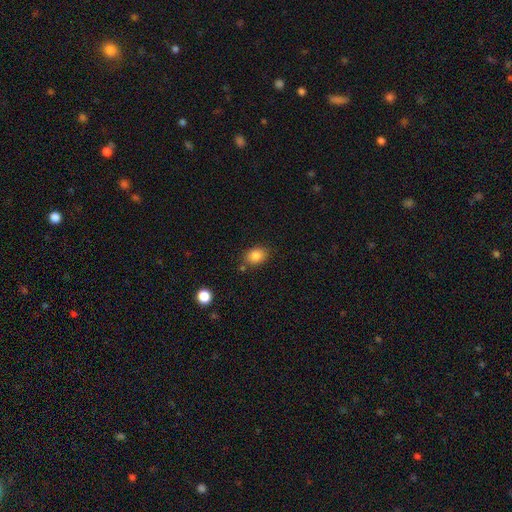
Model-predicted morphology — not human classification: This appears to be a smooth galaxy with no disk features (85%) that is in between round and cigar-shaped (66%). Merging: none (76%).